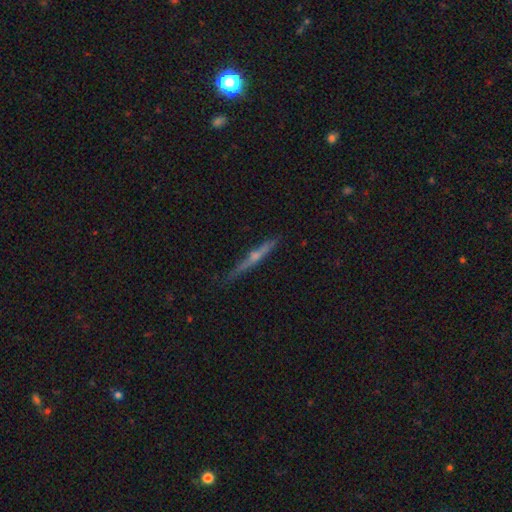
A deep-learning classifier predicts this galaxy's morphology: Smooth or featured?
  - featured or disk: 72% *
  - smooth: 21%
  - star or artifact: 7%
Edge-on disk?
  - yes: 98% *
  - no: 2%
Edge-on bulge?
  - rounded: 79% *
  - none: 16%
  - boxy: 4%
Merging?
  - none: 85% *
  - minor disturbance: 11%
  - major disturbance: 2%
  - merger: 1%